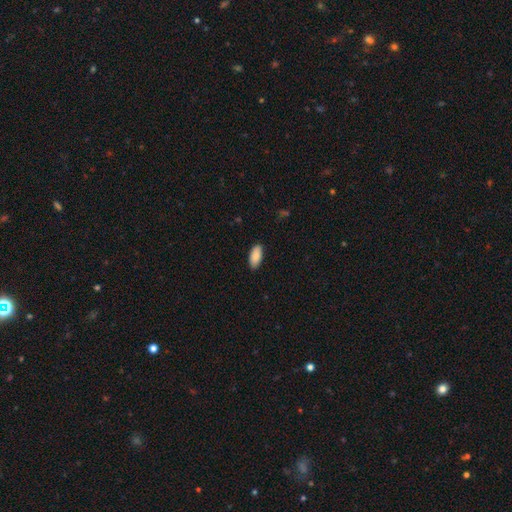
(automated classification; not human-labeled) A smooth galaxy with no disk features (88%) that is in between round and cigar-shaped (91%).

Vote fractions:
- Smooth or featured? smooth: 88% / star or artifact: 6% / featured or disk: 6%
- How rounded? in between: 91% / cigar-shaped: 7% / round: 2%
- Merging? none: 88% / minor disturbance: 9% / major disturbance: 2% / merger: 1%